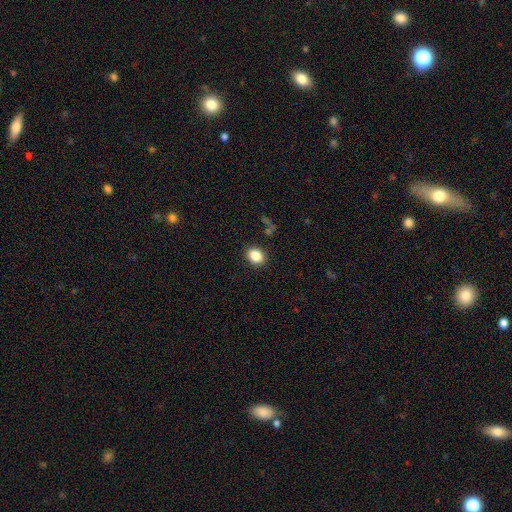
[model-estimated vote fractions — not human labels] This is clearly a smooth galaxy (86%). How rounded: possibly in between (55%). Merging: clearly none (87%).